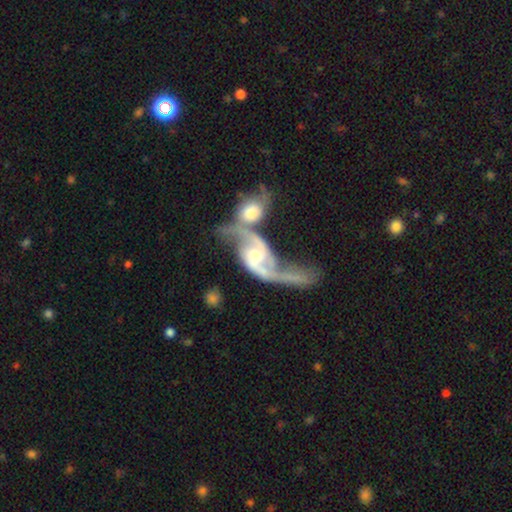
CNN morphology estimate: Smooth or featured? featured or disk (90%)
Edge-on disk? no (96%)
Bar? weak (42%)
Spiral arms? yes (97%)
Spiral winding? loose (67%)
Spiral arm count? 2 (92%)
Bulge size? moderate (51%)
Merging? merger (61%)